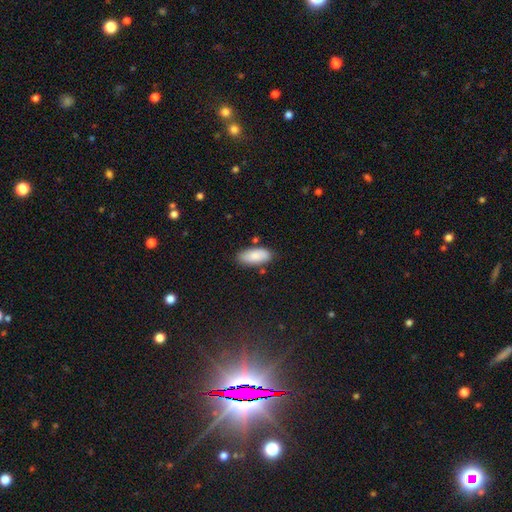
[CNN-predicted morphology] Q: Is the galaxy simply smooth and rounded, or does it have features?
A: smooth — 84%.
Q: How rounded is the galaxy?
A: in between — 88%.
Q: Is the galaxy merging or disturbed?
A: none — 77%.